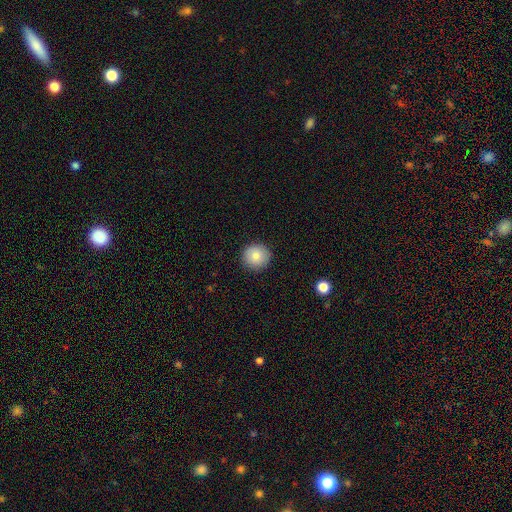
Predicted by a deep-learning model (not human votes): smooth-or-featured: smooth: 82% | featured or disk: 9% | star or artifact: 9%
  how-rounded: round: 93% | in between: 6% | cigar-shaped: 1%
  merging: none: 90% | minor disturbance: 7% | major disturbance: 2% | merger: 1%